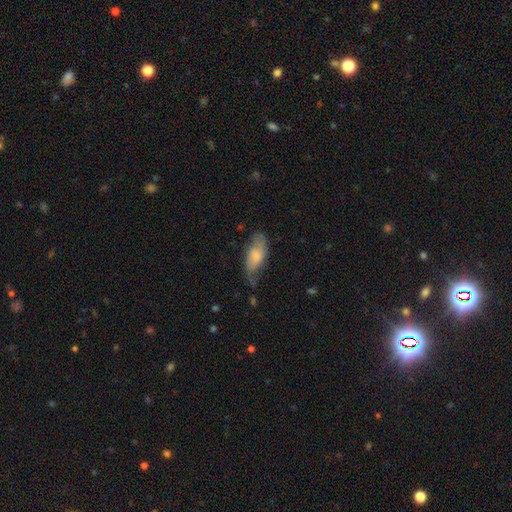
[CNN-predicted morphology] Smooth or featured: smooth — 53% (featured or disk — 40%)
How rounded: in between — 84% (cigar-shaped — 13%)
Merging: none — 48% (minor disturbance — 32%)